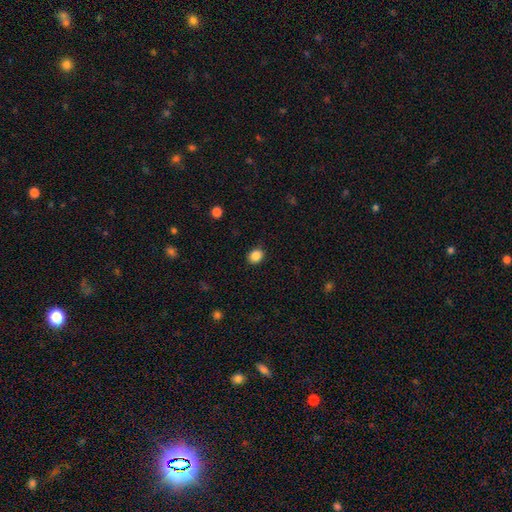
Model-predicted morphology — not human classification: This is clearly a smooth galaxy (87%). How rounded: likely round (64%). Merging: clearly none (89%).